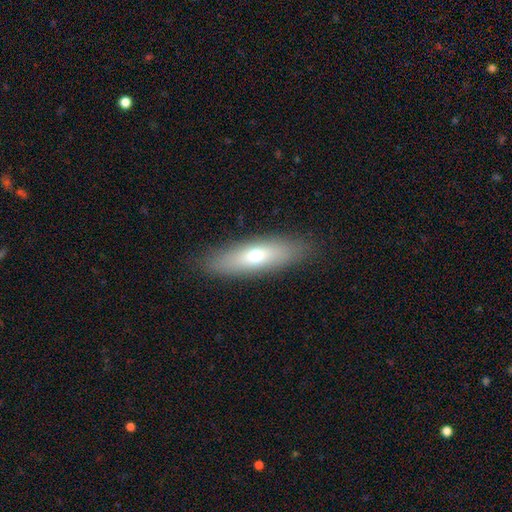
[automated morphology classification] Q: Smooth or featured?
A: smooth (60%); runner-up: featured or disk (32%)
Q: How rounded?
A: in between (52%); runner-up: cigar-shaped (44%)
Q: Merging?
A: none (86%); runner-up: minor disturbance (9%)